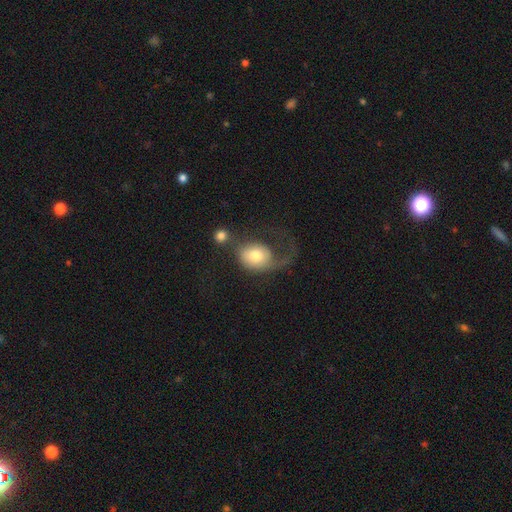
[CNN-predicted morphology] Overall: smooth (62%; featured or disk 31%). How rounded: round (53%; in between 46%). Merging: major disturbance (47%; none 22%).